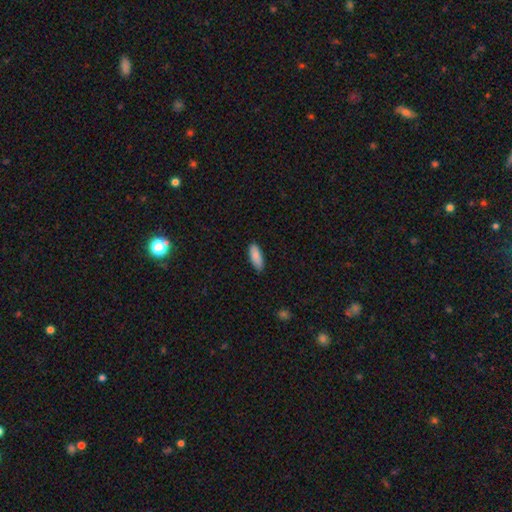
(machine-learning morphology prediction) A smooth galaxy with no disk features (86%) that is in between round and cigar-shaped (71%). Merging: none (84%).